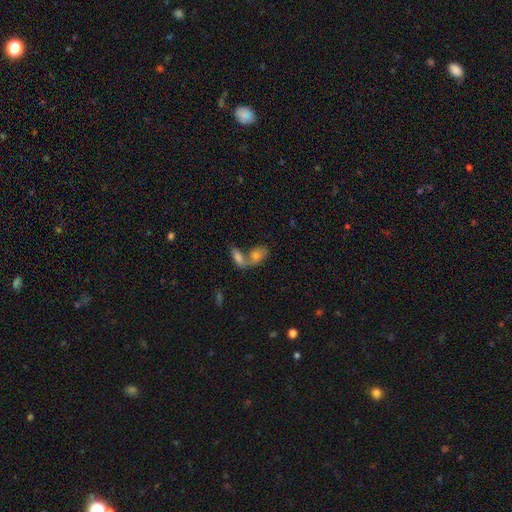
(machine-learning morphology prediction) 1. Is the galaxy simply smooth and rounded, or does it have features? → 60% smooth, 27% featured or disk, 13% star or artifact.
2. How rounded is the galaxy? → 81% in between, 11% round, 8% cigar-shaped.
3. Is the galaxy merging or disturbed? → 59% merger, 29% none, 7% minor disturbance, 5% major disturbance.